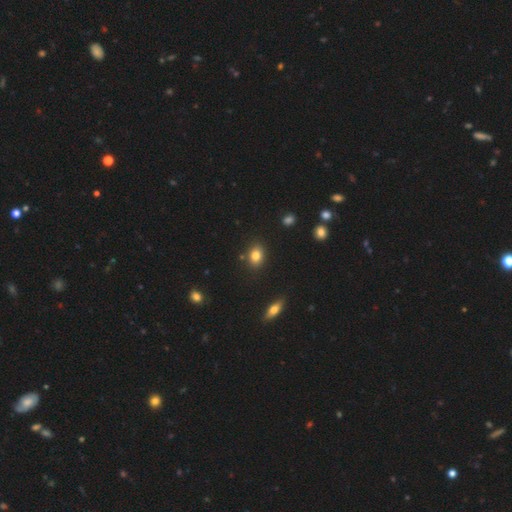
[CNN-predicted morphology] Smooth or featured: smooth — 81% (star or artifact — 11%)
How rounded: in between — 56% (round — 43%)
Merging: none — 84% (minor disturbance — 10%)